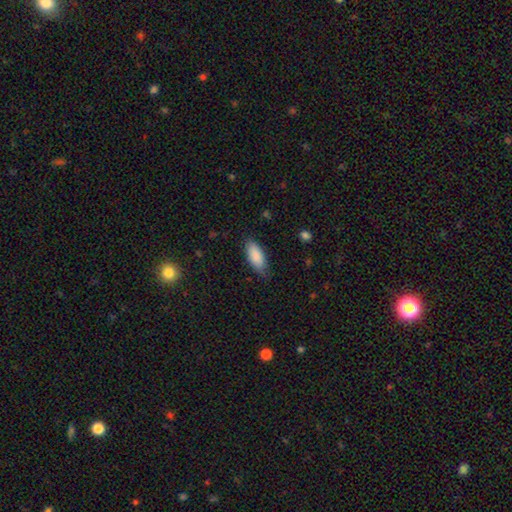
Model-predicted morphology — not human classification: smooth_or_featured: smooth (p=0.88) [alt: featured or disk p=0.06]
how_rounded: in between (p=0.83) [alt: cigar-shaped p=0.15]
merging: none (p=0.77) [alt: minor disturbance p=0.18]